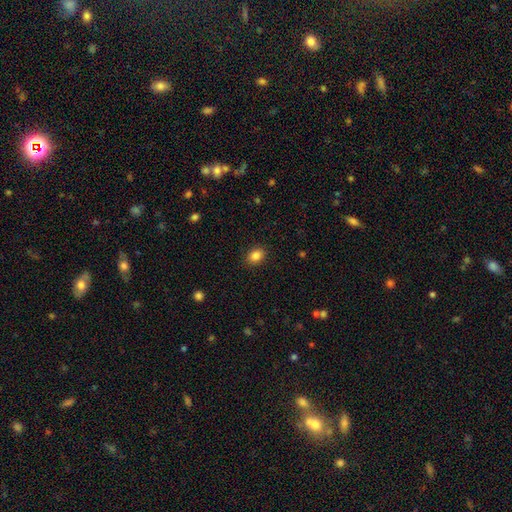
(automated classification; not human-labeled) smooth 86%, star or artifact 10%, featured or disk 4%. Down the decision tree: how rounded — in between (65%); merging — none (89%).